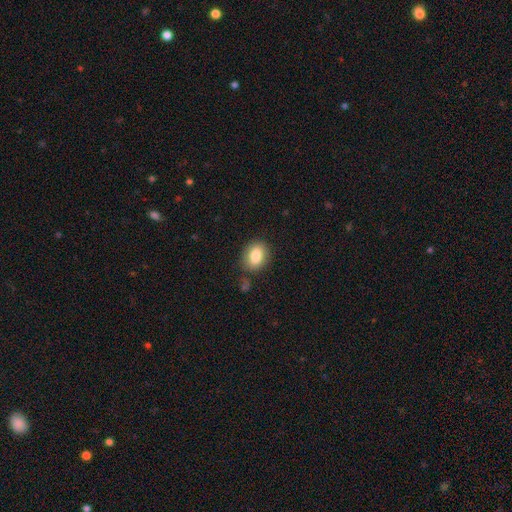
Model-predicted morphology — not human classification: Smooth or featured? Predicted: smooth (p=0.85). How rounded? Predicted: in between (p=0.69). Merging? Predicted: none (p=0.79).